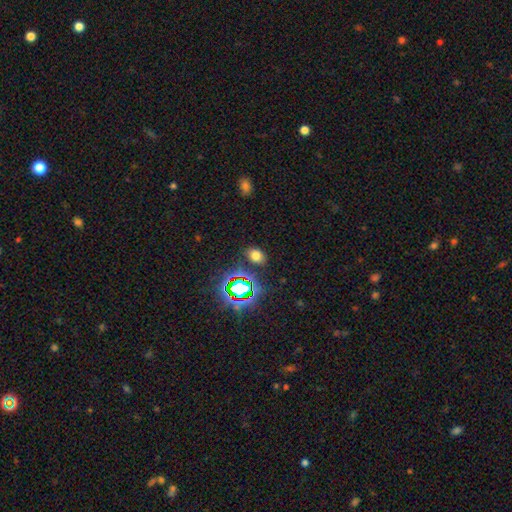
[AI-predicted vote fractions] This appears to be a smooth galaxy with no disk features (64%) that is in between round and cigar-shaped (72%). Merging: none (82%).